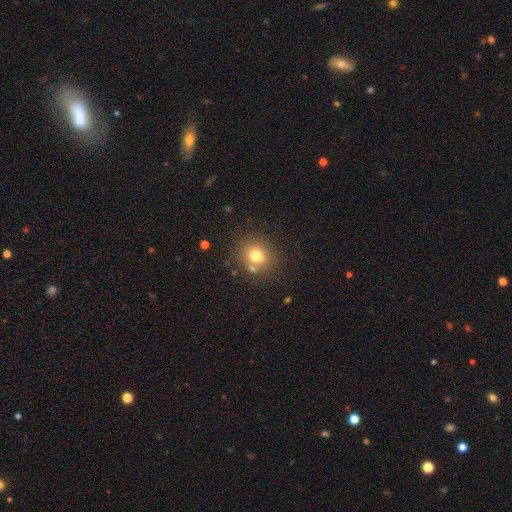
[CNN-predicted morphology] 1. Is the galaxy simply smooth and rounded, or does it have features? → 74% smooth, 15% star or artifact, 12% featured or disk.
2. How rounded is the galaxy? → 84% round, 15% in between, 1% cigar-shaped.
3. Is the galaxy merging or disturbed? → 74% none, 12% merger, 10% minor disturbance, 4% major disturbance.